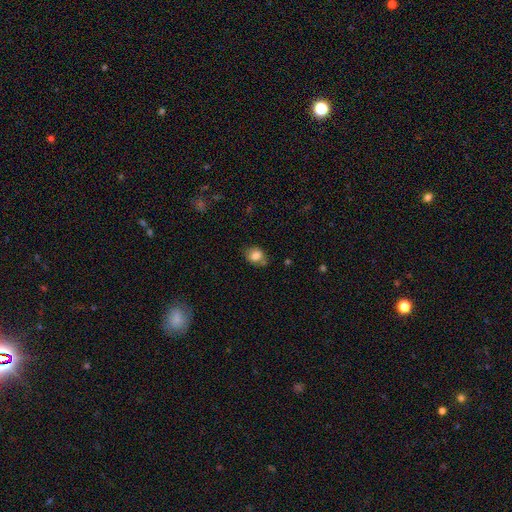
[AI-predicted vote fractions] smooth_or_featured: smooth (p=0.80) [alt: featured or disk p=0.11]
how_rounded: round (p=0.53) [alt: in between p=0.46]
merging: none (p=0.63) [alt: minor disturbance p=0.23]